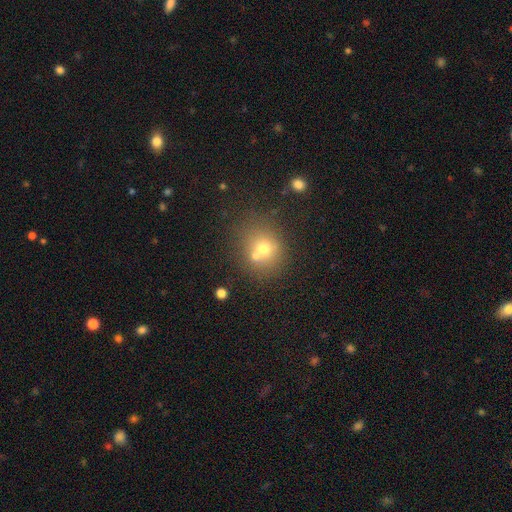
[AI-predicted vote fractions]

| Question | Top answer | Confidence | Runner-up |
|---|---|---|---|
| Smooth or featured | smooth | 66% | featured or disk (18%) |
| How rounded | round | 76% | in between (23%) |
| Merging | none | 52% | merger (32%) |